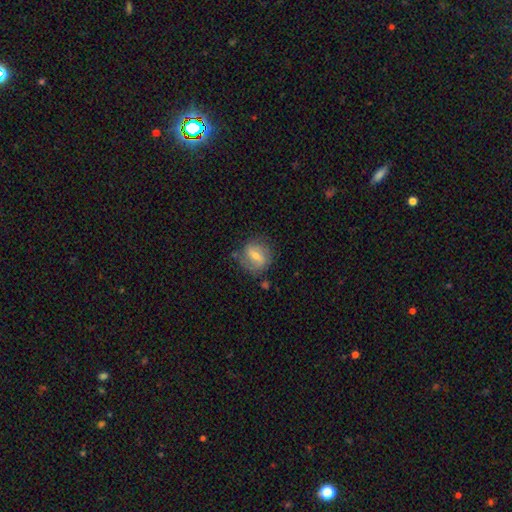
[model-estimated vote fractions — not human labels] Morphology: type=featured or disk (53%); edge-on=no (94%); bar=weak (44%); spiral arms=yes (64%); bulge=moderate (54%); merging=none (69%).